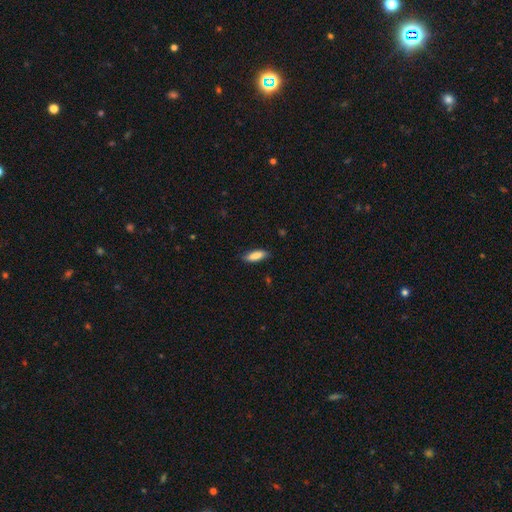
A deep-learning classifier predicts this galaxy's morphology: smooth-or-featured: smooth: 86% | featured or disk: 8% | star or artifact: 6%
  how-rounded: in between: 61% | cigar-shaped: 37% | round: 2%
  merging: none: 84% | minor disturbance: 13% | major disturbance: 2% | merger: 1%